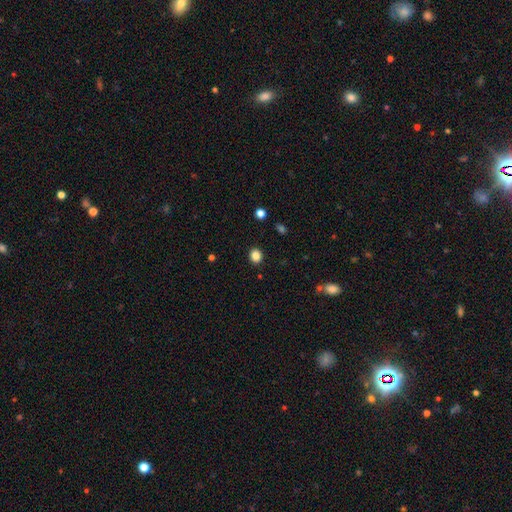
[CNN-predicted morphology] Smooth or featured? smooth (85%)
How rounded? round (72%)
Merging? none (91%)